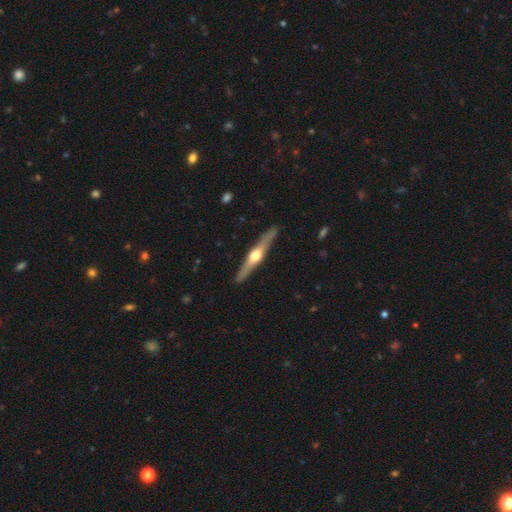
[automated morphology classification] A featured or disk galaxy (74%) viewed edge-on (97%) with a rounded central bulge (95%). Merging: none (90%).